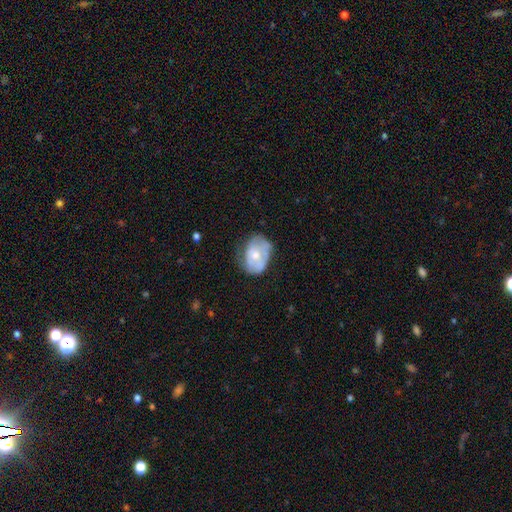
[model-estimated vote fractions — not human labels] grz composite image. It shows a smooth galaxy with no disk features (54%) that is in between round and cigar-shaped (75%). Merging: none (45%).